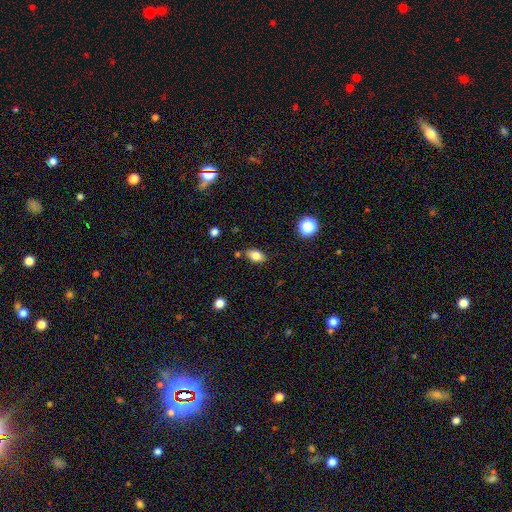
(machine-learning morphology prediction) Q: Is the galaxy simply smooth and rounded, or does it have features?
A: smooth — 82%.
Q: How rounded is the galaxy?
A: in between — 85%.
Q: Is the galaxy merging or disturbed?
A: none — 79%.